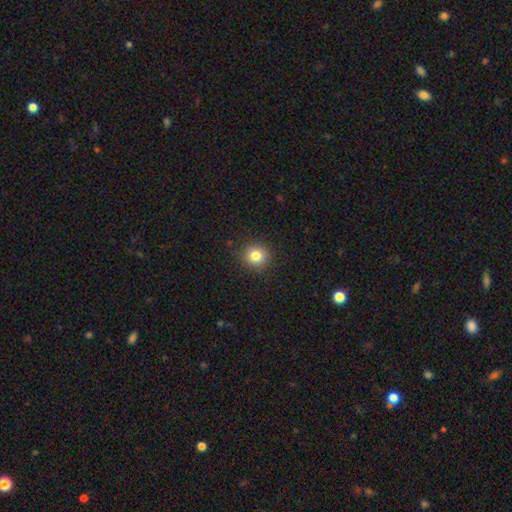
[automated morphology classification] Smooth or featured?
  - smooth: 82% *
  - star or artifact: 12%
  - featured or disk: 7%
How rounded?
  - round: 90% *
  - in between: 9%
  - cigar-shaped: 1%
Merging?
  - none: 90% *
  - minor disturbance: 7%
  - major disturbance: 2%
  - merger: 1%